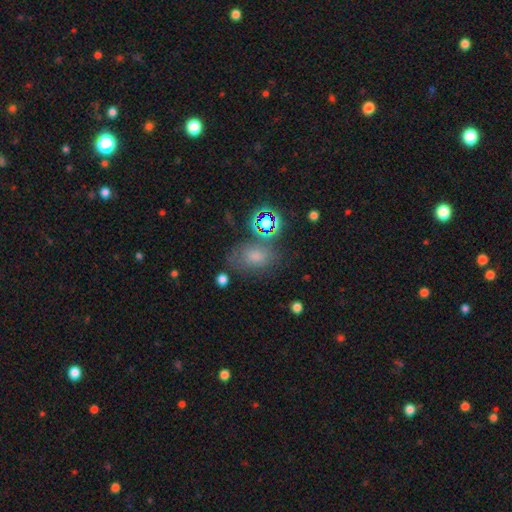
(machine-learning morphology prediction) This appears to be a smooth galaxy with no disk features (68%) that is in between round and cigar-shaped (73%). Merging: none (58%).